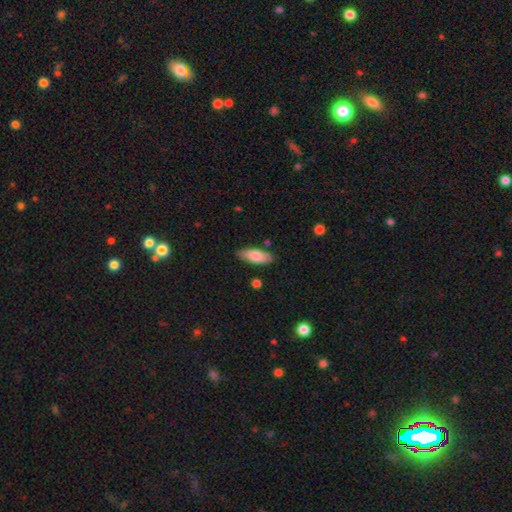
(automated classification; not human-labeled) Smooth or featured? smooth (81%)
How rounded? in between (76%)
Merging? none (82%)